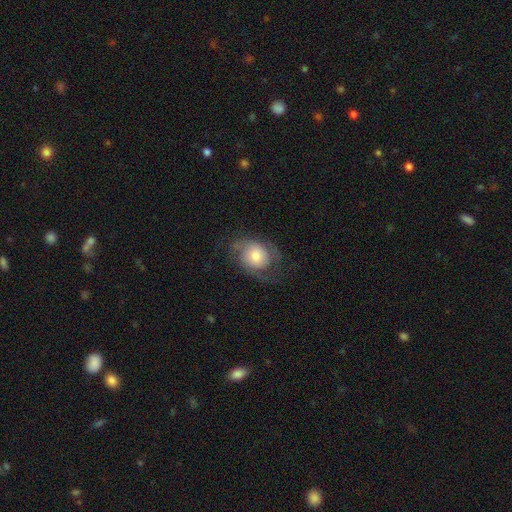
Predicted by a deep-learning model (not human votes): Smooth or featured: featured or disk — 47% (smooth — 45%)
Merging: none — 54% (minor disturbance — 24%)